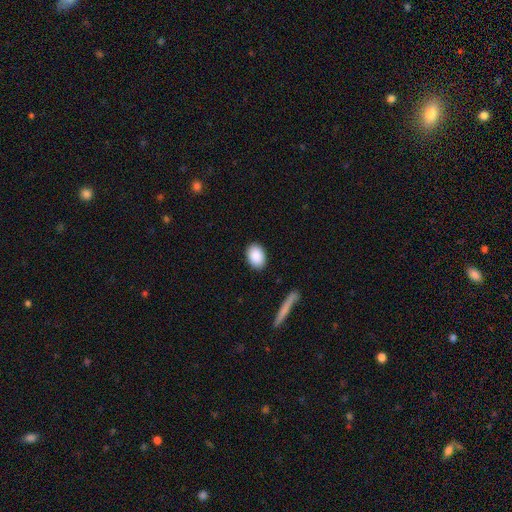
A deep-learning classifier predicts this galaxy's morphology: This appears to be a smooth galaxy with no disk features (89%) that is in between round and cigar-shaped (80%). Merging: none (88%).